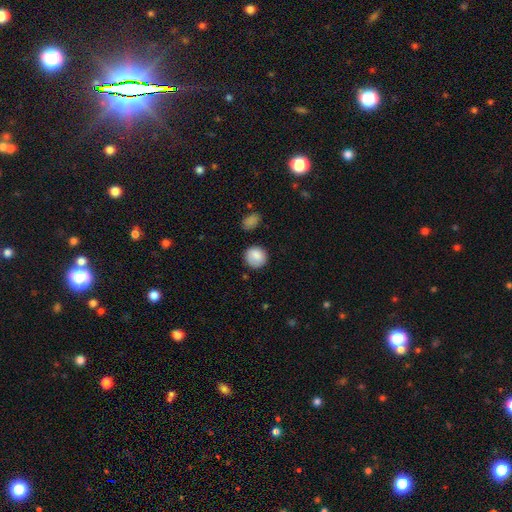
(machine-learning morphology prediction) This is clearly a smooth galaxy (85%). How rounded: clearly round (87%). Merging: likely none (79%).